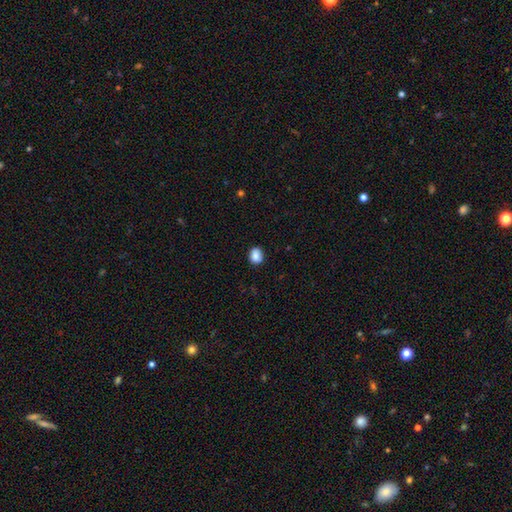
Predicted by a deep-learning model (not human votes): Morphology: type=smooth (86%); roundness=round (54%); merging=none (87%).